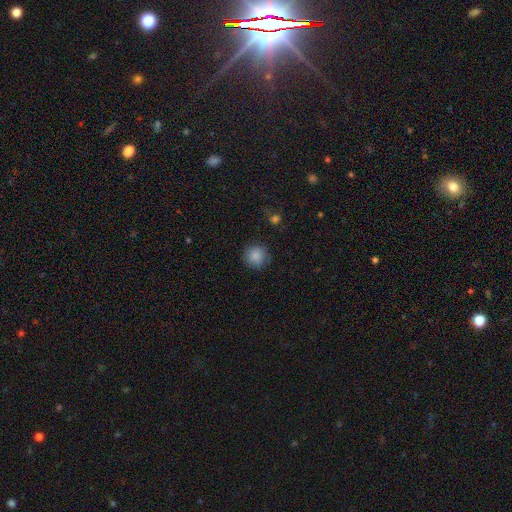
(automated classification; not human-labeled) This appears to be a smooth galaxy with no disk features (87%) that is round (93%). Merging: none (85%).